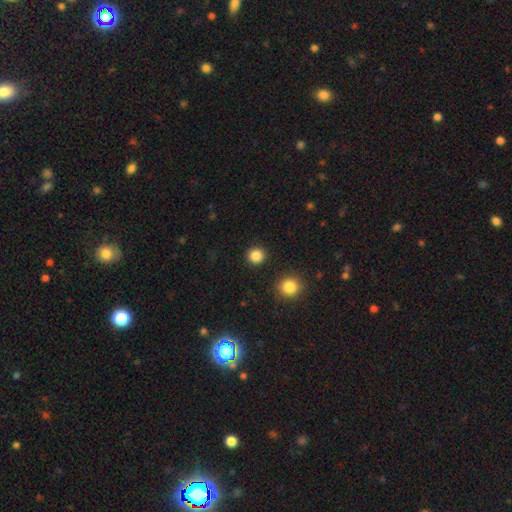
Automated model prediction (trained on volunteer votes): A smooth galaxy with no disk features (86%) that is round (92%). Merging: none (92%).